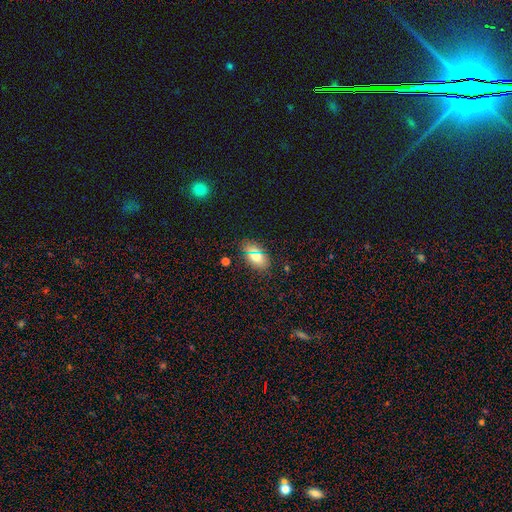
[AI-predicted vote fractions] This appears to be a smooth galaxy with no disk features (71%) that is in between round and cigar-shaped (84%). Merging: none (85%).